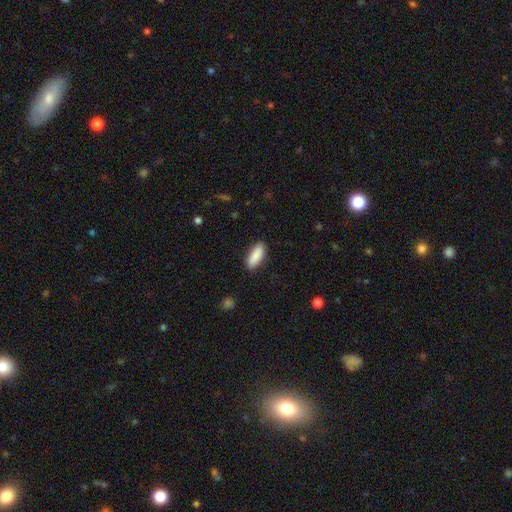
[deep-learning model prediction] Q: Smooth or featured?
A: smooth (90%); runner-up: star or artifact (6%)
Q: How rounded?
A: in between (77%); runner-up: cigar-shaped (21%)
Q: Merging?
A: none (87%); runner-up: minor disturbance (9%)